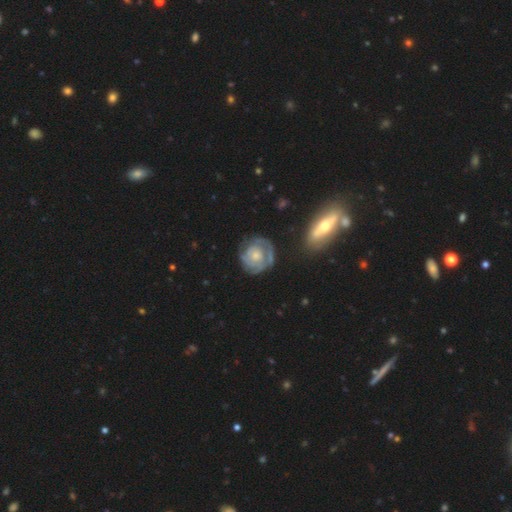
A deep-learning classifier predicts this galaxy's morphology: smooth_or_featured: featured or disk (p=0.73) [alt: smooth p=0.21]
disk_edge_on: no (p=0.97) [alt: yes p=0.03]
bar: no (p=0.80) [alt: weak p=0.16]
has_spiral_arms: yes (p=0.83) [alt: no p=0.17]
spiral_winding: tight (p=0.70) [alt: medium p=0.22]
spiral_arm_count: can't tell (p=0.41) [alt: 2 p=0.25]
bulge_size: moderate (p=0.42) [tied with: small p=0.42]
merging: none (p=0.66) [alt: minor disturbance p=0.19]